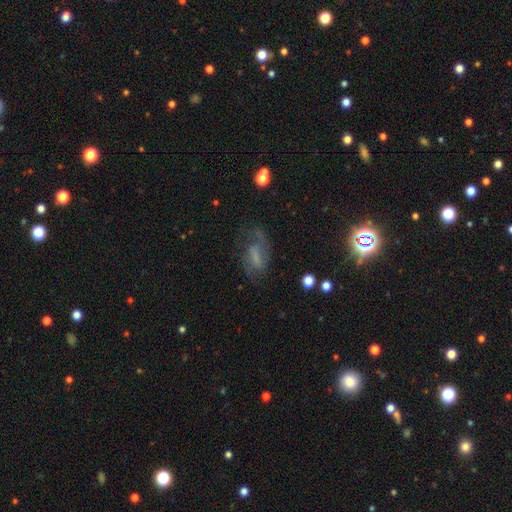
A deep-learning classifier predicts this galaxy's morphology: This appears to be a featured or disk galaxy (54%) with a weak bar (41%), spiral arms (77%) and no central bulge (54%). Merging: none (51%).